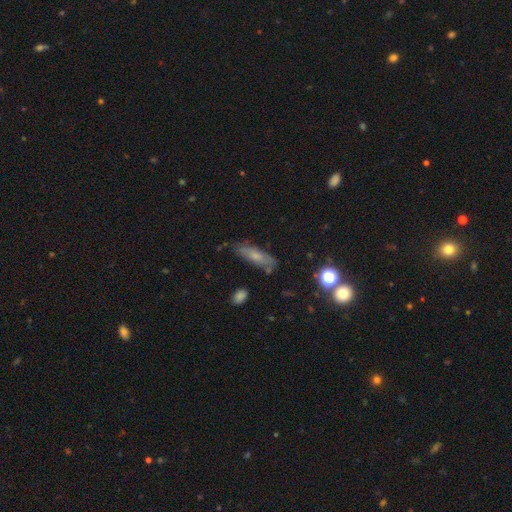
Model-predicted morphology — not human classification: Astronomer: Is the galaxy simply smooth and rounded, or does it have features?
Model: smooth — 60%.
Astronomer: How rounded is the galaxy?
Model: cigar-shaped — 58% (runner-up: in between, 39%).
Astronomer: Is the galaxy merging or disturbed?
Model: none — 74%.